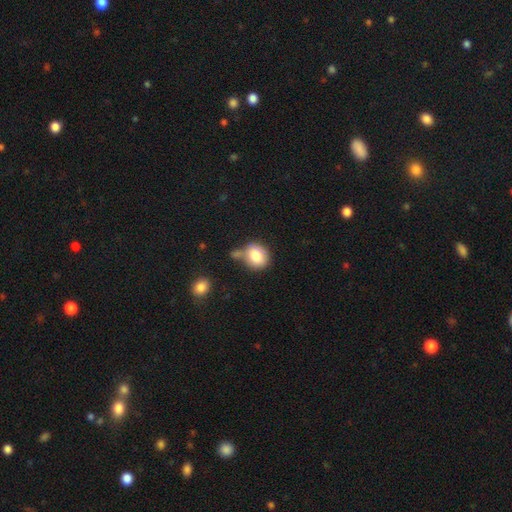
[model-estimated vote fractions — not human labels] Q: Smooth or featured?
A: smooth (82%); runner-up: featured or disk (10%)
Q: How rounded?
A: round (62%); runner-up: in between (37%)
Q: Merging?
A: none (52%); runner-up: merger (23%)